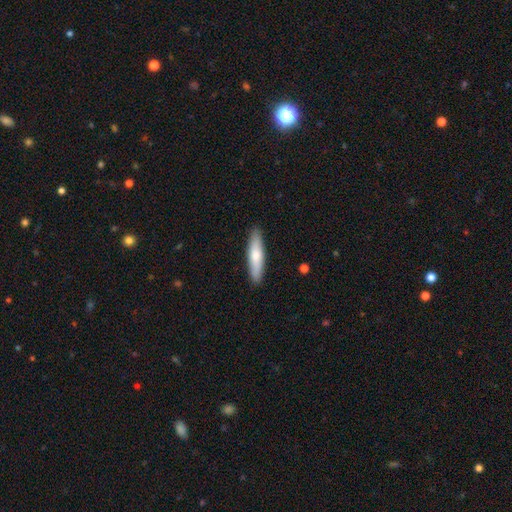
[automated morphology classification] type=smooth (68%); roundness=cigar-shaped (77%); merging=none (90%).